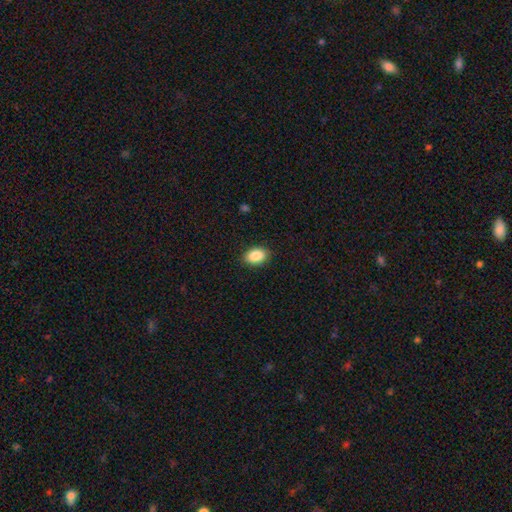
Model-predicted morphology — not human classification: A smooth galaxy with no disk features (89%) that is in between round and cigar-shaped (86%). Merging: none (89%).